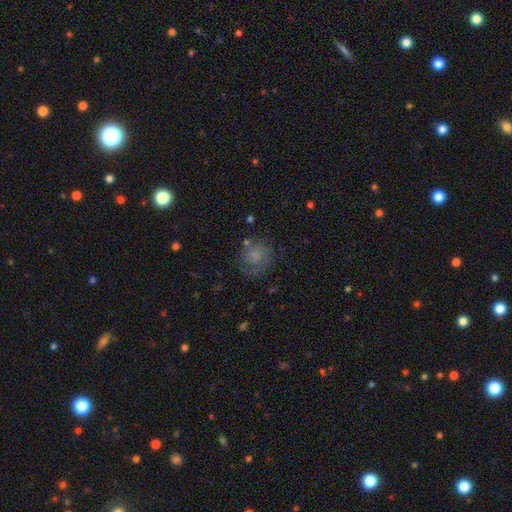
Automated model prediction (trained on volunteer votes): Smooth or featured?
  - smooth: 52% *
  - featured or disk: 36%
  - star or artifact: 13%
How rounded?
  - round: 76% *
  - in between: 23%
  - cigar-shaped: 1%
Merging?
  - none: 61% *
  - minor disturbance: 21%
  - major disturbance: 16%
  - merger: 3%